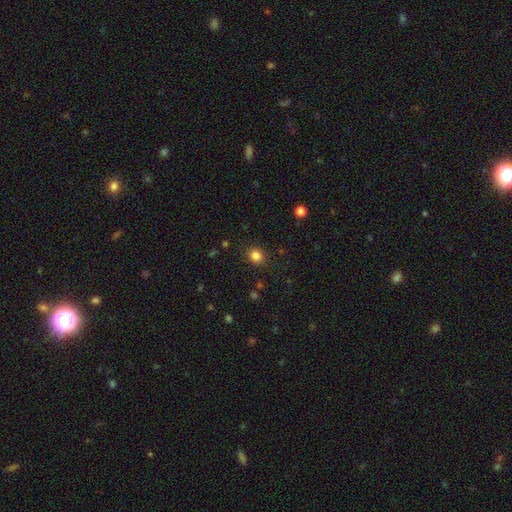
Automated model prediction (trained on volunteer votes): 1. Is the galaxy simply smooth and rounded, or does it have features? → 83% smooth, 12% star or artifact, 4% featured or disk.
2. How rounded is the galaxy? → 70% round, 30% in between, 1% cigar-shaped.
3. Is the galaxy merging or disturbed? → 88% none, 8% minor disturbance, 3% major disturbance, 1% merger.